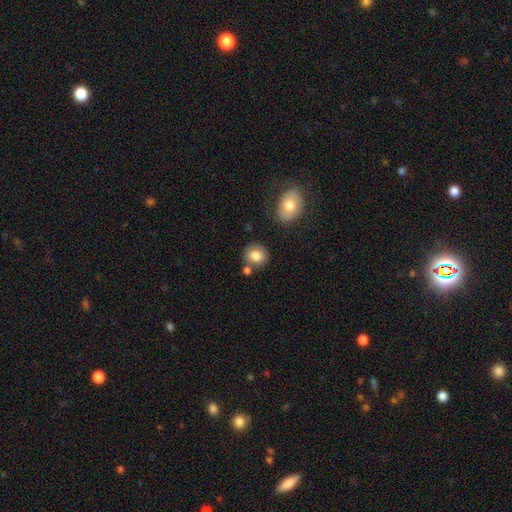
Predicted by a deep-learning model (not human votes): Smooth or featured? Predicted: smooth (p=0.82). How rounded? Predicted: round (p=0.81). Merging? Predicted: none (p=0.75).